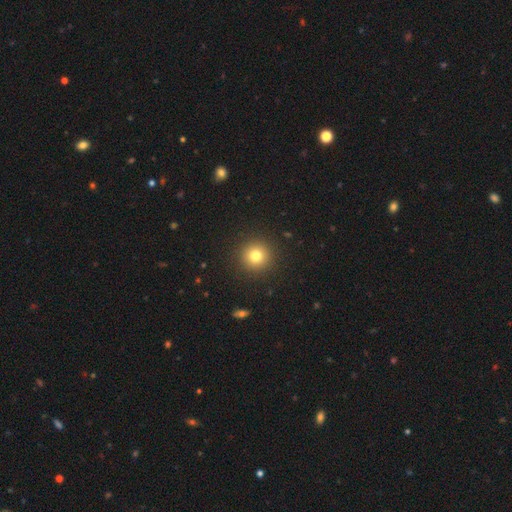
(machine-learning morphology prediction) type=smooth (79%); roundness=round (95%); merging=none (92%).